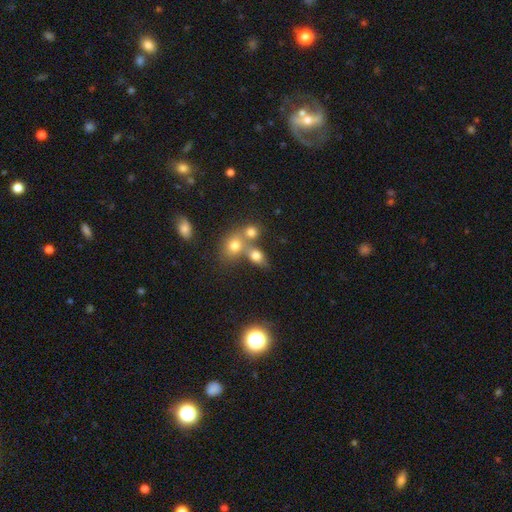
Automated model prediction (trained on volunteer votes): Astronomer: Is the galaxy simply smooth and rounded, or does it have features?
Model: smooth — 71%.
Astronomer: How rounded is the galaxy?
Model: in between — 60% (runner-up: round, 37%).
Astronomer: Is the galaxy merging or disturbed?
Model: none — 43% (runner-up: merger, 39%).